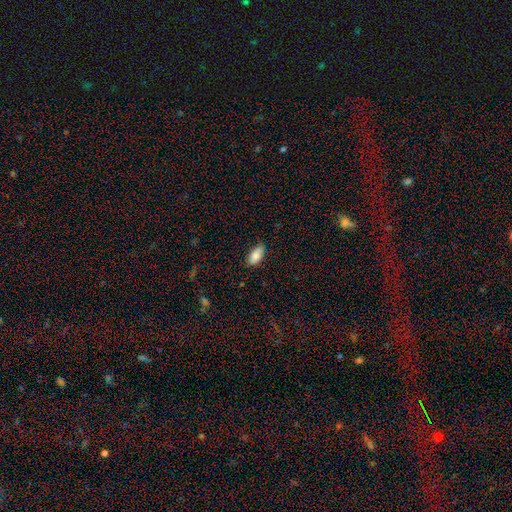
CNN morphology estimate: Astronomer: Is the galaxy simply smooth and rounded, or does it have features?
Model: smooth — 82%.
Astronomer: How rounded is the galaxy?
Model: in between — 91%.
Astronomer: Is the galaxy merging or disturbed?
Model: none — 71%.